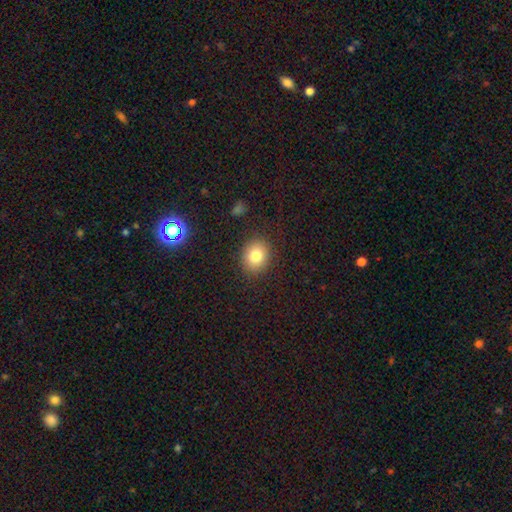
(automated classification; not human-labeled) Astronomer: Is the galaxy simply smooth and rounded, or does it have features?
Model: smooth — 80%.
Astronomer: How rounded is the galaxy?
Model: round — 61% (runner-up: in between, 38%).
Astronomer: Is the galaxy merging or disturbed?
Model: none — 86%.